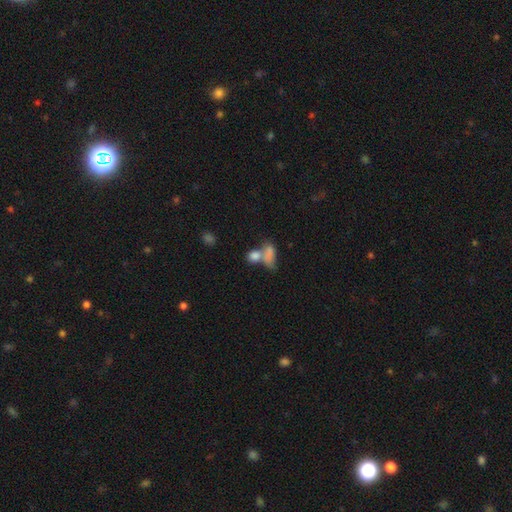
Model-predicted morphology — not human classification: Smooth or featured: smooth — 79% (featured or disk — 11%)
How rounded: in between — 55% (round — 39%)
Merging: merger — 57% (none — 26%)